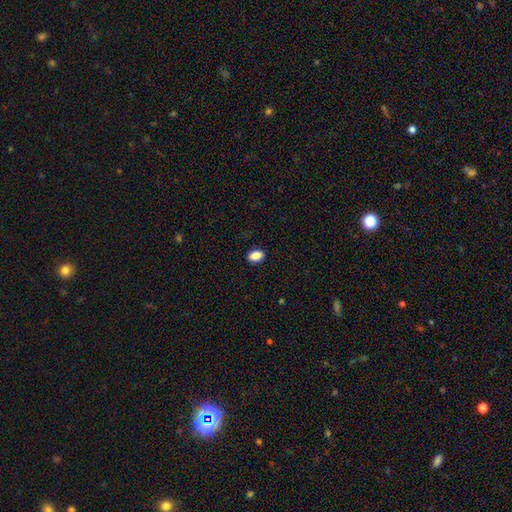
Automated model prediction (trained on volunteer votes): Q: Smooth or featured?
A: smooth (86%); runner-up: star or artifact (8%)
Q: How rounded?
A: in between (82%); runner-up: round (16%)
Q: Merging?
A: none (90%); runner-up: minor disturbance (8%)